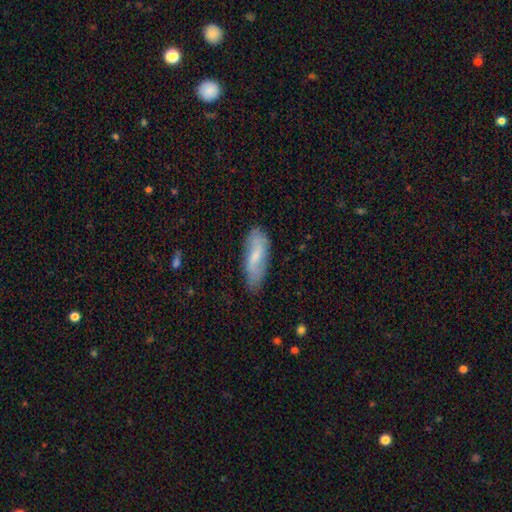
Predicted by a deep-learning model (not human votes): A smooth galaxy with no disk features (61%) that is in between round and cigar-shaped (65%). Merging: none (71%).